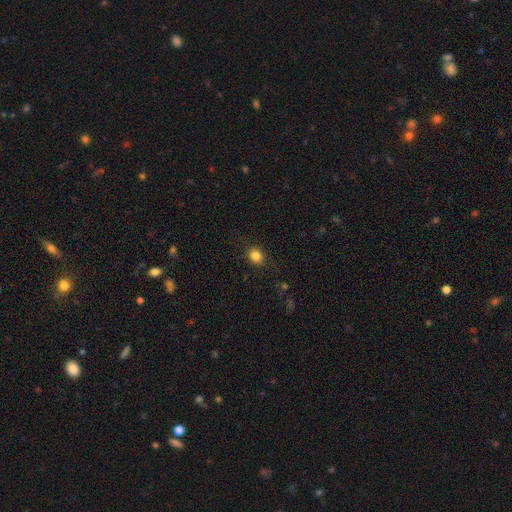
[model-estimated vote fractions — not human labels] smooth_or_featured: smooth (p=0.84) [alt: star or artifact p=0.11]
how_rounded: round (p=0.66) [alt: in between p=0.33]
merging: none (p=0.85) [alt: minor disturbance p=0.10]